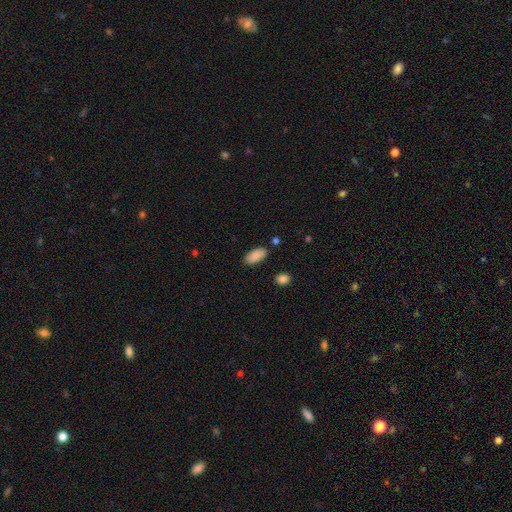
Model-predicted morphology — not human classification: Q: Smooth or featured?
A: smooth (89%); runner-up: star or artifact (7%)
Q: How rounded?
A: in between (91%); runner-up: cigar-shaped (7%)
Q: Merging?
A: none (85%); runner-up: minor disturbance (10%)